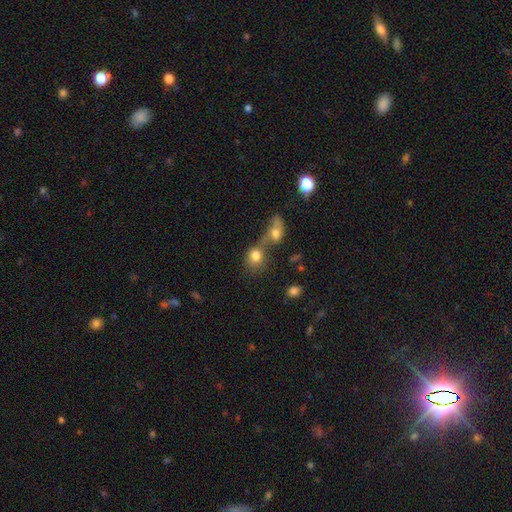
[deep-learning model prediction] This is likely a smooth galaxy (79%). How rounded: possibly round (55%). Merging: likely merger (61%).